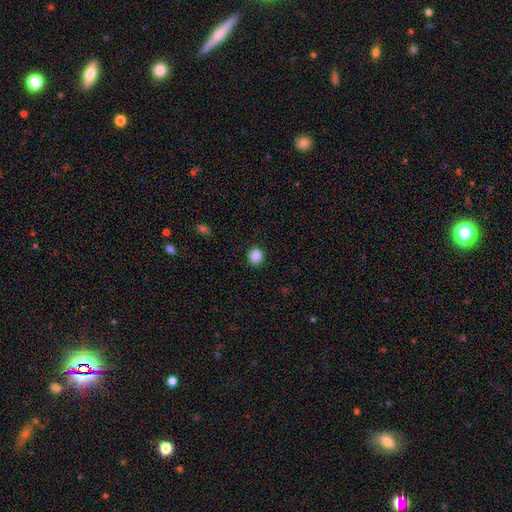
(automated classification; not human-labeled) smooth_or_featured: smooth (p=0.87) [alt: star or artifact p=0.10]
how_rounded: round (p=0.79) [alt: in between p=0.20]
merging: none (p=0.91) [alt: minor disturbance p=0.06]